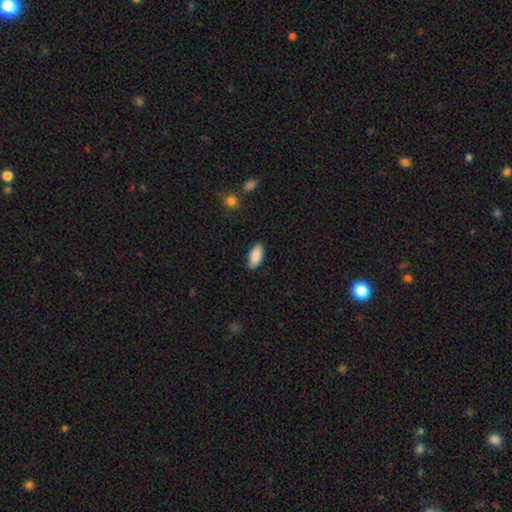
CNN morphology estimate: The model was most divided on "how rounded": in between: 87%, cigar-shaped: 11%, round: 2%. More confident: smooth or featured — smooth (90%); merging — none (89%).